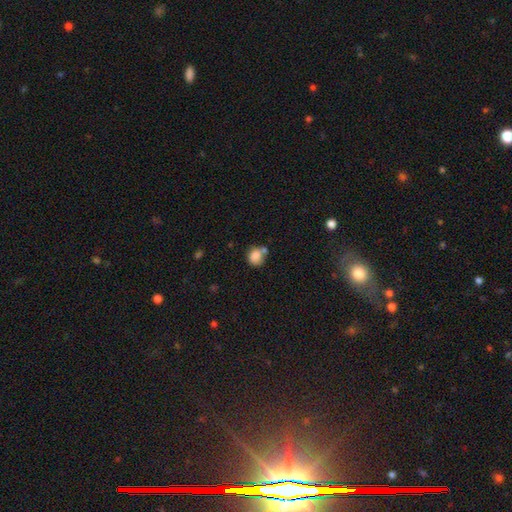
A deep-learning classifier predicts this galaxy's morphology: Smooth or featured? Predicted: smooth (p=0.83). How rounded? Predicted: round (p=0.75). Merging? Predicted: none (p=0.51).